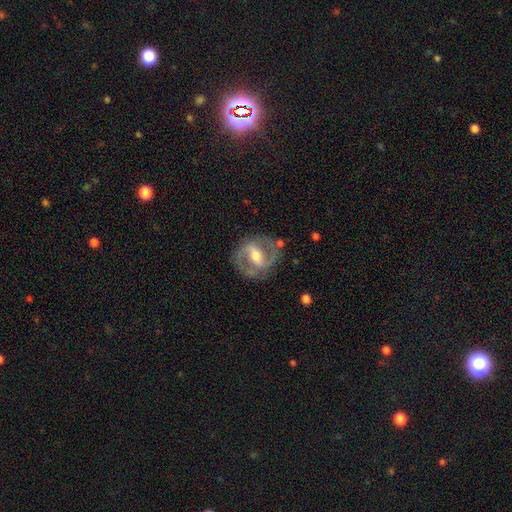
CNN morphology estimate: Smooth or featured? featured or disk (85%)
Edge-on disk? no (97%)
Bar? strong (46%)
Spiral arms? yes (90%)
Spiral winding? medium (55%)
Spiral arm count? 2 (90%)
Bulge size? moderate (70%)
Merging? none (79%)